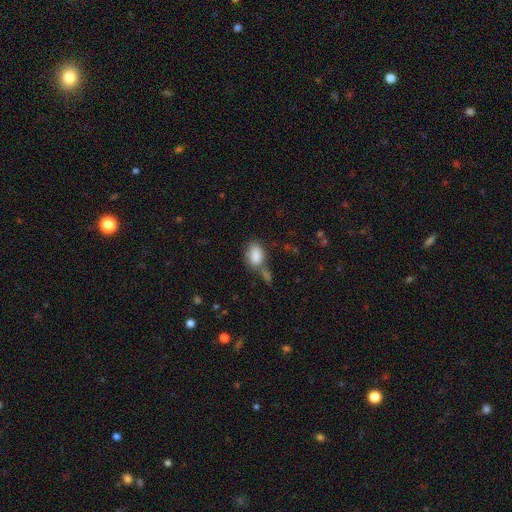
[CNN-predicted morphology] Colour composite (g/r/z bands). It shows a smooth galaxy with no disk features (85%) that is in between round and cigar-shaped (86%). Merging: none (43%).